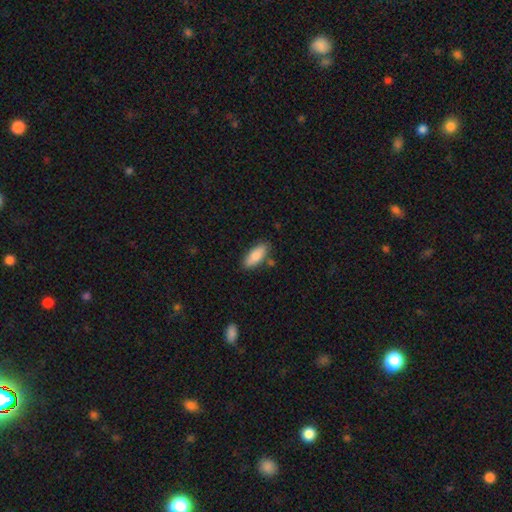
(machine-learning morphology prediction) This appears to be a smooth galaxy with no disk features (83%) that is in between round and cigar-shaped (79%). Merging: none (78%).